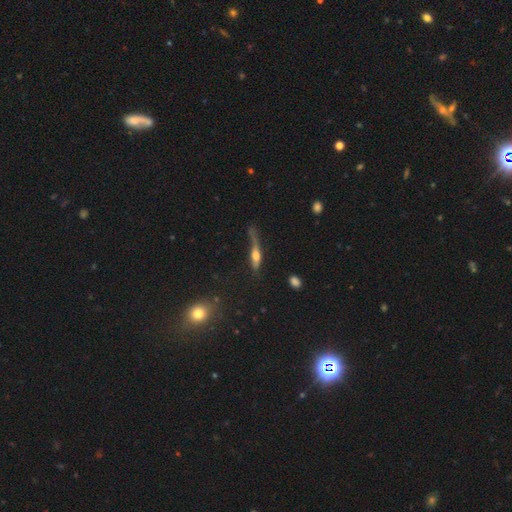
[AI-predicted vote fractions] The model was most divided on "merging": none: 36%, major disturbance: 32%, minor disturbance: 26%, merger: 6%. Remaining: smooth or featured — featured or disk (48%).